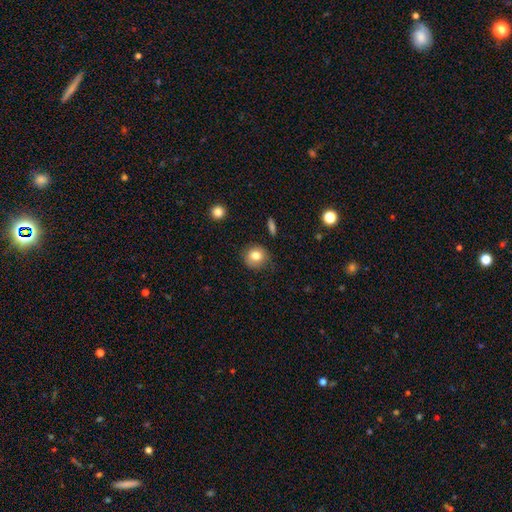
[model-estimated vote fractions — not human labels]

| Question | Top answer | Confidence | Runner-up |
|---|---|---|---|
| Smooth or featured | smooth | 80% | featured or disk (10%) |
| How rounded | round | 85% | in between (14%) |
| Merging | none | 82% | minor disturbance (13%) |